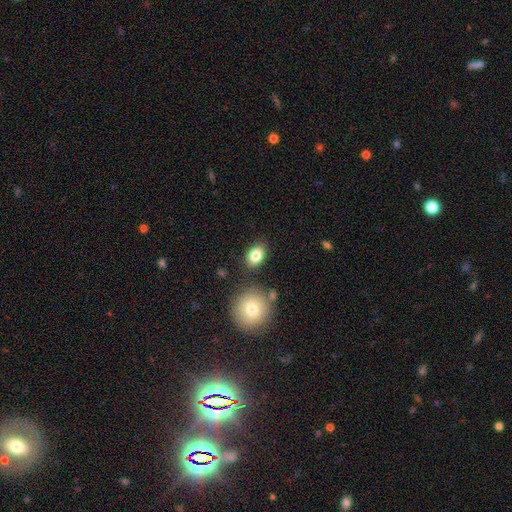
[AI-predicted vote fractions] Smooth or featured? Predicted: smooth (p=0.82). How rounded? Predicted: in between (p=0.77). Merging? Predicted: none (p=0.80).